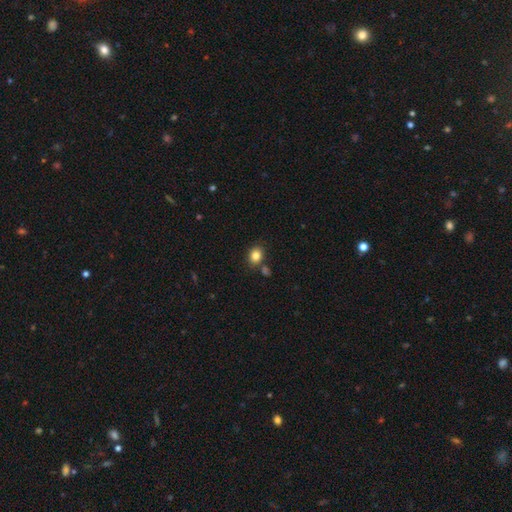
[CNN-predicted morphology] A smooth galaxy with no disk features (84%) that is round (50%). Merging: none (77%).